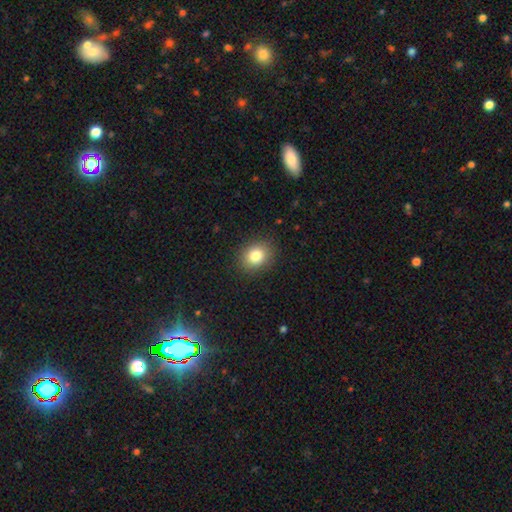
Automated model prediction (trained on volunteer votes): Smooth or featured?
  - smooth: 82% *
  - star or artifact: 10%
  - featured or disk: 7%
How rounded?
  - round: 63% *
  - in between: 36%
  - cigar-shaped: 1%
Merging?
  - none: 89% *
  - minor disturbance: 7%
  - major disturbance: 2%
  - merger: 1%